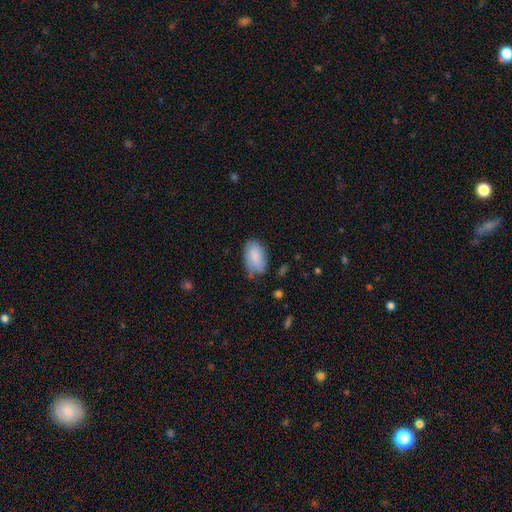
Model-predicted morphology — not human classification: Smooth or featured: smooth — 85% (featured or disk — 9%)
How rounded: in between — 94% (round — 4%)
Merging: none — 65% (minor disturbance — 27%)